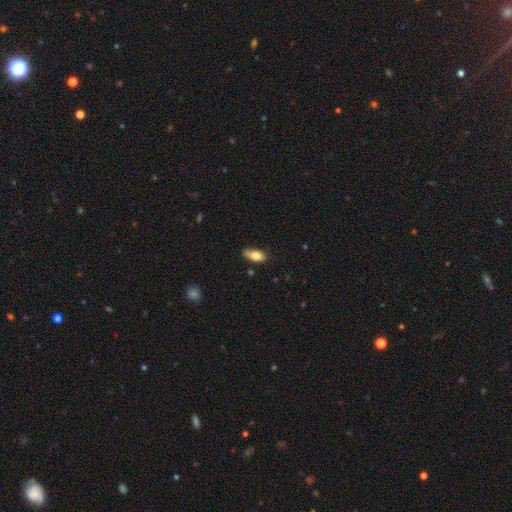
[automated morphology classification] Smooth or featured? Predicted: smooth (p=0.80). How rounded? Predicted: in between (p=0.86). Merging? Predicted: none (p=0.70).